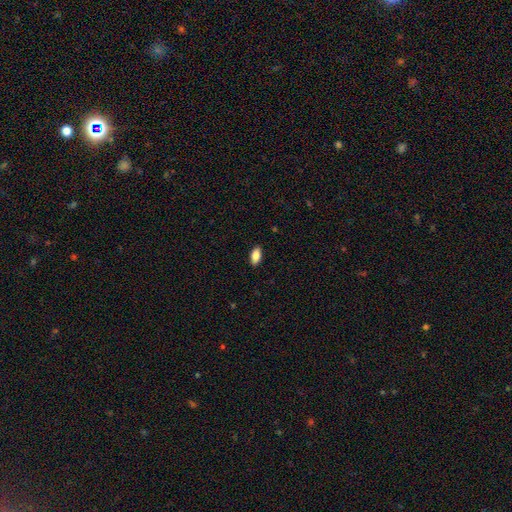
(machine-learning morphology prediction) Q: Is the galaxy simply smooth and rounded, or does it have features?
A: smooth — 86%.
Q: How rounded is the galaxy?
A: in between — 89%.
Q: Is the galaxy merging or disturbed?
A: none — 89%.